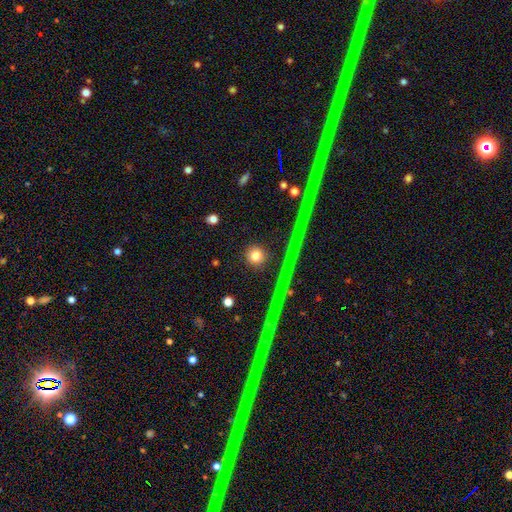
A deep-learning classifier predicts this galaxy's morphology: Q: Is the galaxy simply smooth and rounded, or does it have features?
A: smooth — 79%.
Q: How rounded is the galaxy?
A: round — 96%.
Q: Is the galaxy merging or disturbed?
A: none — 92%.